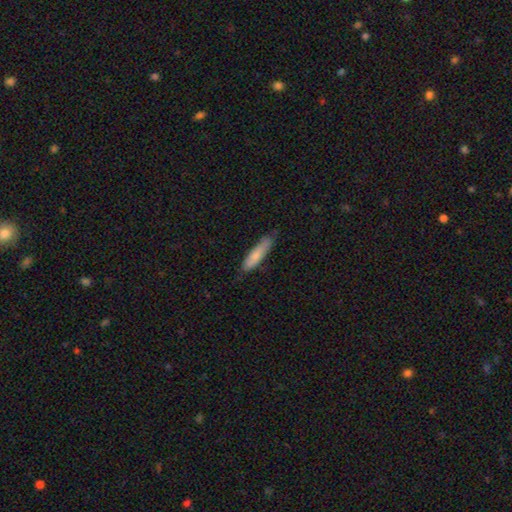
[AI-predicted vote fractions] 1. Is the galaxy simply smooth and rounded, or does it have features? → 76% smooth, 18% featured or disk, 6% star or artifact.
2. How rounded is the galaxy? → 74% cigar-shaped, 25% in between, 1% round.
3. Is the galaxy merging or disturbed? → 69% none, 25% minor disturbance, 4% major disturbance, 2% merger.